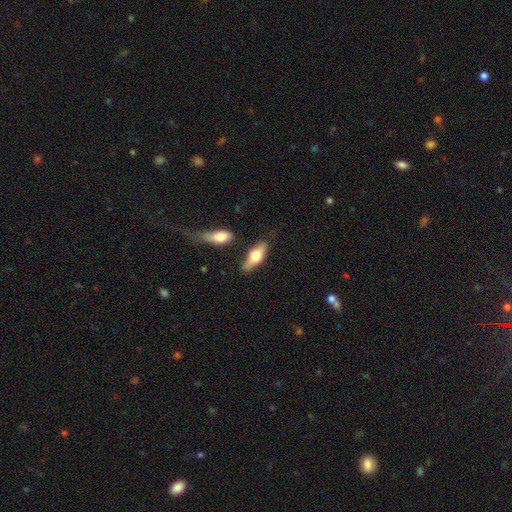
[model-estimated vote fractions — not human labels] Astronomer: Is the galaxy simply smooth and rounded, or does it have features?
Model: smooth — 55% (runner-up: featured or disk, 39%).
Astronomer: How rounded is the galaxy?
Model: in between — 65%.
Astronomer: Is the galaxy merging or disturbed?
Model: none — 71%.